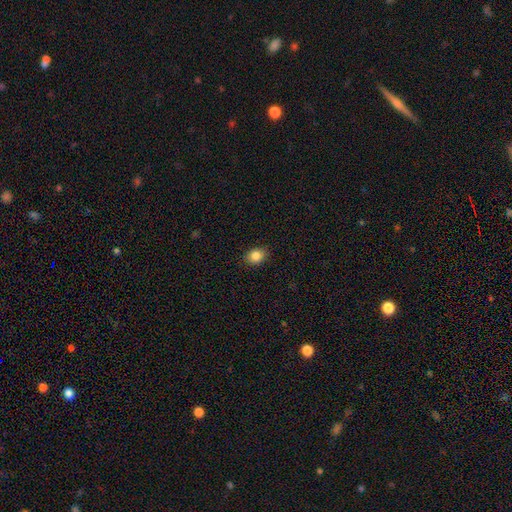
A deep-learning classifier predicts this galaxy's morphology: Q: Smooth or featured?
A: smooth (86%); runner-up: star or artifact (10%)
Q: How rounded?
A: round (53%); runner-up: in between (46%)
Q: Merging?
A: none (87%); runner-up: minor disturbance (10%)